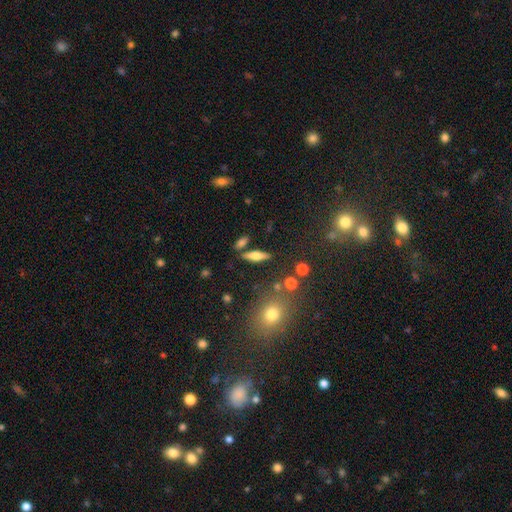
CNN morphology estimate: Smooth or featured? smooth (50%)
Merging? none (80%)